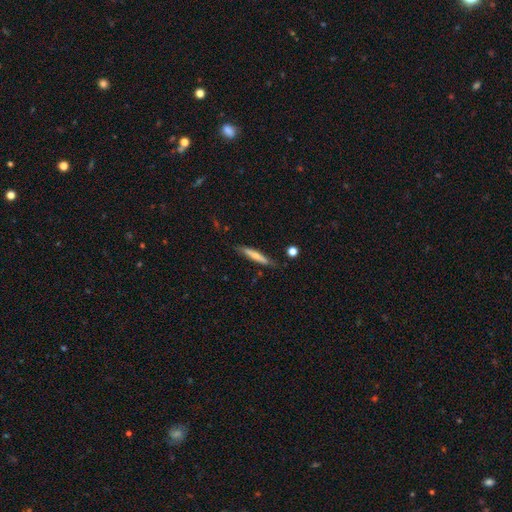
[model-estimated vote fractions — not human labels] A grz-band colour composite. It shows a smooth galaxy with no disk features (58%) that is cigar-shaped (90%). Merging: none (80%).